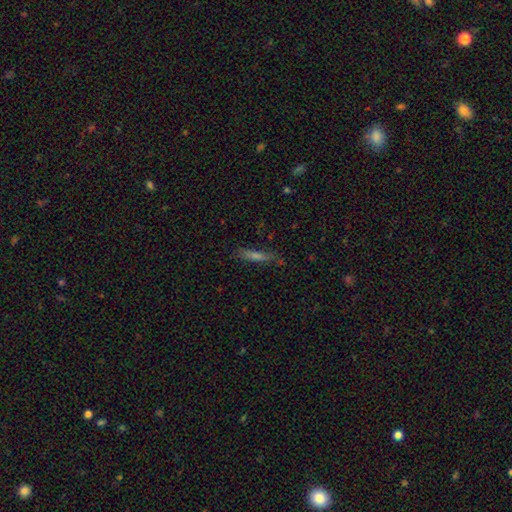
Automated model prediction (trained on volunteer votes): This is possibly a smooth galaxy (54%). How rounded: clearly cigar-shaped (88%). Merging: clearly none (82%).